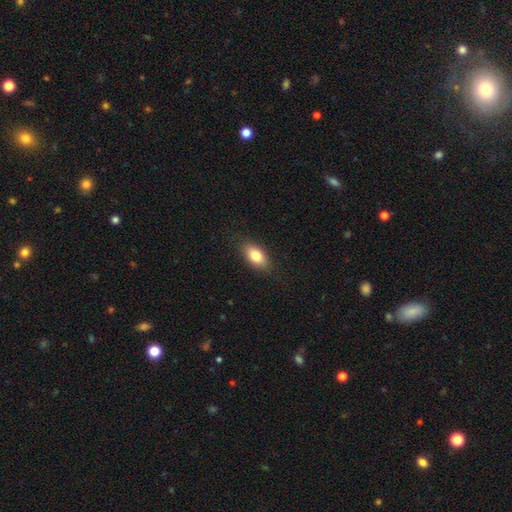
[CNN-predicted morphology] Overall: smooth (81%). How rounded: in between (90%). Merging: none (86%).